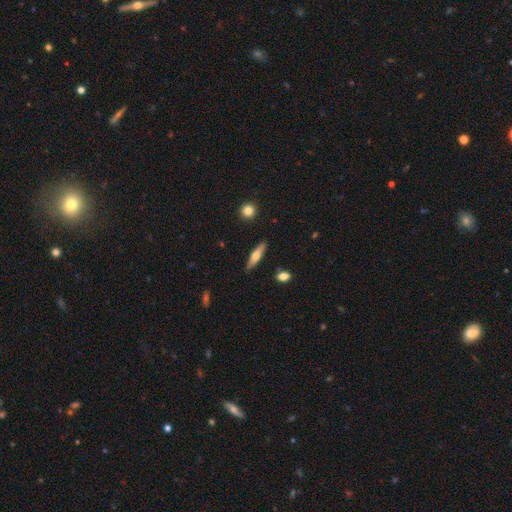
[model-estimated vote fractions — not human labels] smooth 53%, featured or disk 41%, star or artifact 6%. Down the decision tree: how rounded — cigar-shaped (73%); merging — none (86%).